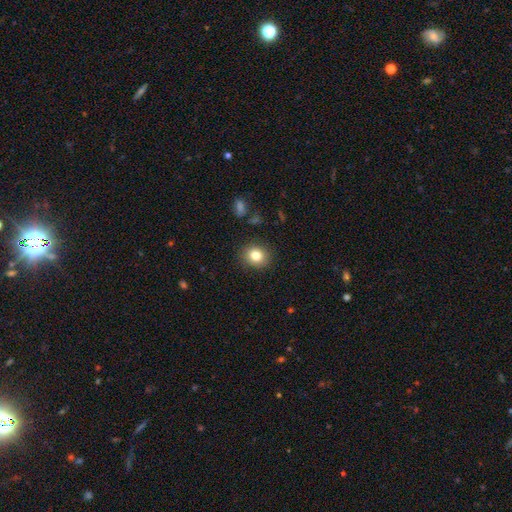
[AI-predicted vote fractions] This appears to be a smooth galaxy with no disk features (82%) that is round (68%). Merging: none (88%).